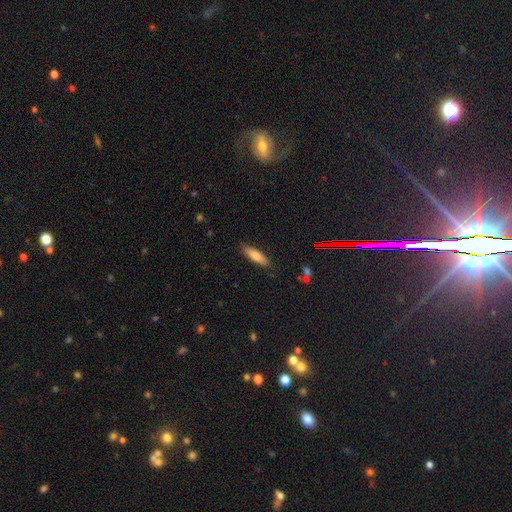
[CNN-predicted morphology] smooth_or_featured: smooth (p=0.77) [alt: featured or disk p=0.16]
how_rounded: cigar-shaped (p=0.60) [alt: in between p=0.38]
merging: none (p=0.85) [alt: minor disturbance p=0.11]